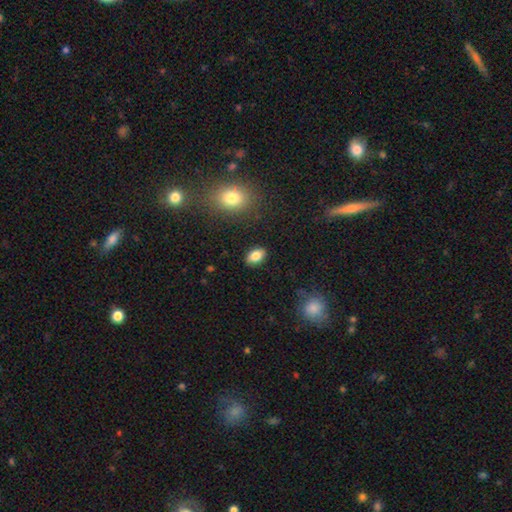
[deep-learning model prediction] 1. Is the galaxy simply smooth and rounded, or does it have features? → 84% smooth, 8% star or artifact, 8% featured or disk.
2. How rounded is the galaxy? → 89% in between, 9% round, 2% cigar-shaped.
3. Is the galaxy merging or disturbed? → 88% none, 8% minor disturbance, 2% major disturbance, 1% merger.